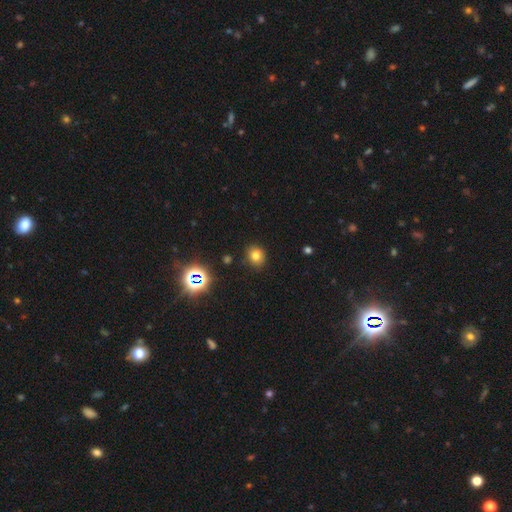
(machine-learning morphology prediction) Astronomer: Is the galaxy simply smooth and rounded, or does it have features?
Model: smooth — 73%.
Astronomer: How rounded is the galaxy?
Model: round — 73%.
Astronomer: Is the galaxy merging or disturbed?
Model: none — 85%.